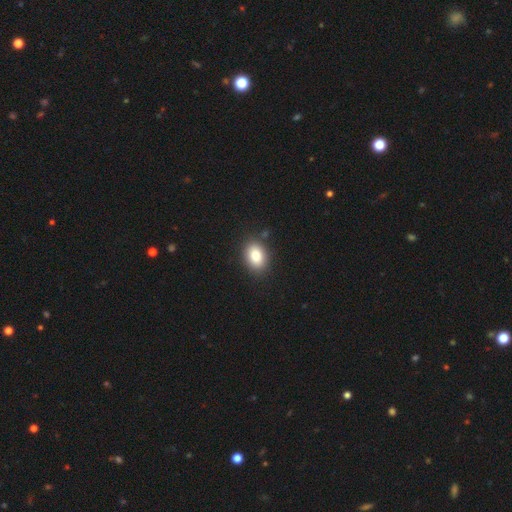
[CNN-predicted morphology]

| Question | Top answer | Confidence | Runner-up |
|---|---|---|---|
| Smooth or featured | smooth | 84% | star or artifact (9%) |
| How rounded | in between | 76% | round (23%) |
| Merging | none | 86% | minor disturbance (9%) |